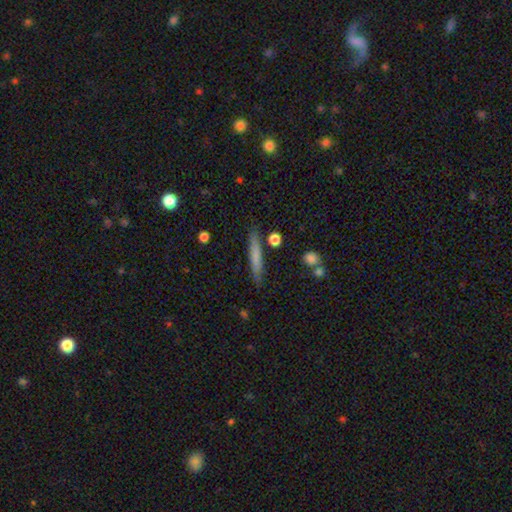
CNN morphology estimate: smooth-or-featured: smooth: 70% | featured or disk: 24% | star or artifact: 7%
  how-rounded: cigar-shaped: 92% | in between: 6% | round: 2%
  merging: none: 84% | minor disturbance: 11% | merger: 3% | major disturbance: 2%